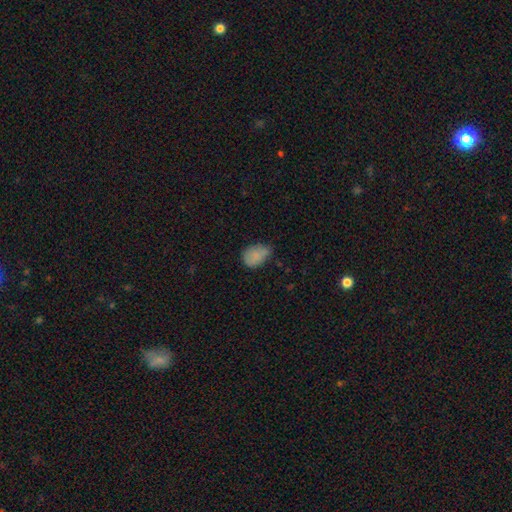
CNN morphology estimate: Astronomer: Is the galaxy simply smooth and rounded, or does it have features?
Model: smooth — 81%.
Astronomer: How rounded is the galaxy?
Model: in between — 69%.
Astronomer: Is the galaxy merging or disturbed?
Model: none — 48% (runner-up: minor disturbance, 38%).